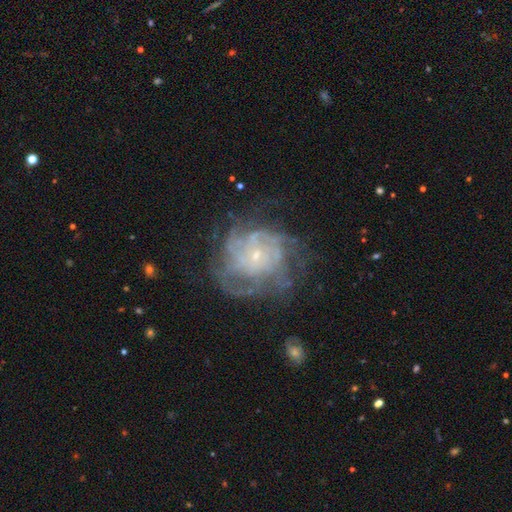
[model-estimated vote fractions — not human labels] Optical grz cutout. It shows a featured or disk galaxy (78%) with no bar (82%), tight (59%) spiral arms (83%) and a small central bulge (82%). Merging: none (58%).